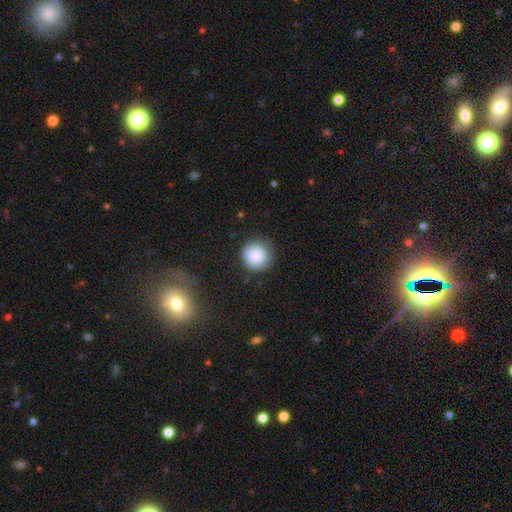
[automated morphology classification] Overall: smooth (87%). How rounded: round (94%). Merging: none (84%).